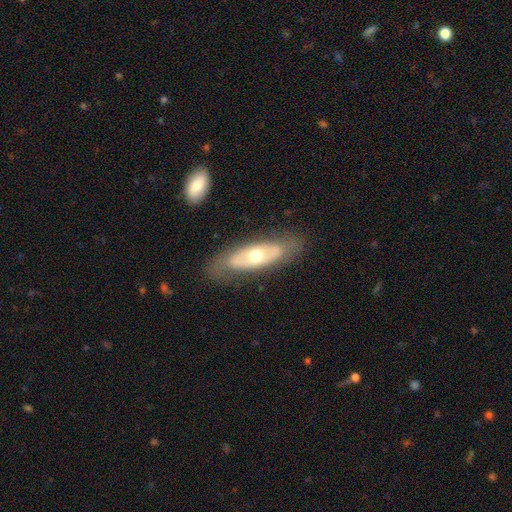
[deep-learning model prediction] smooth-or-featured: featured or disk: 60% | smooth: 34% | star or artifact: 6%
  disk-edge-on: no: 74% | yes: 26%
  merging: none: 78% | minor disturbance: 15% | major disturbance: 6% | merger: 2%